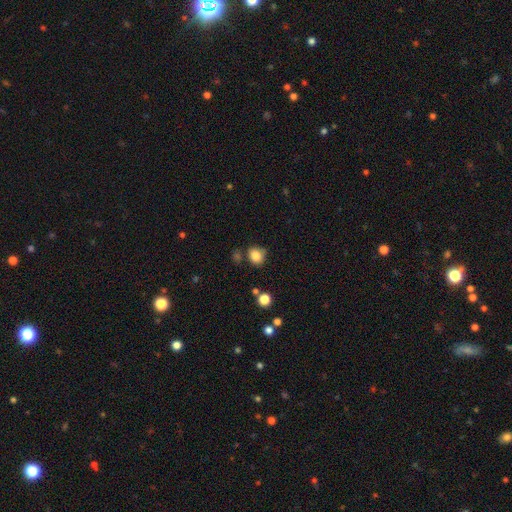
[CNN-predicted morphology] The model was most divided on "how rounded": round: 70%, in between: 29%, cigar-shaped: 1%. More confident: smooth or featured — smooth (84%); merging — none (73%).